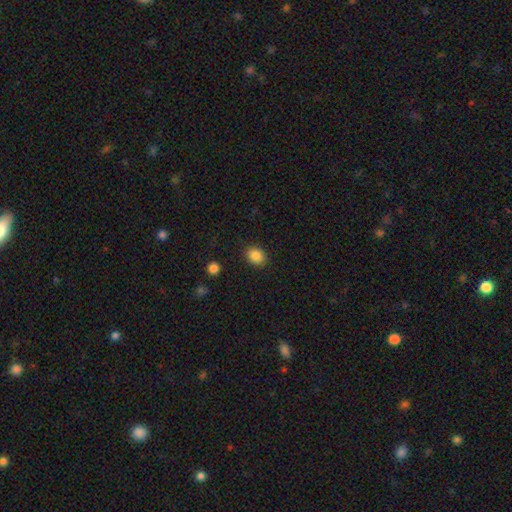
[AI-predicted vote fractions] smooth-or-featured: smooth: 86% | star or artifact: 9% | featured or disk: 5%
  how-rounded: in between: 56% | round: 43% | cigar-shaped: 1%
  merging: none: 88% | minor disturbance: 9% | major disturbance: 2% | merger: 1%